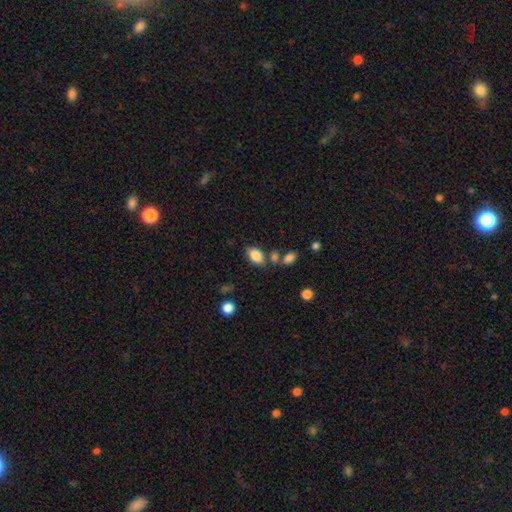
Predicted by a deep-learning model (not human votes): smooth-or-featured: smooth: 84% | star or artifact: 8% | featured or disk: 8%
  how-rounded: in between: 91% | round: 7% | cigar-shaped: 2%
  merging: none: 69% | minor disturbance: 14% | merger: 13% | major disturbance: 4%